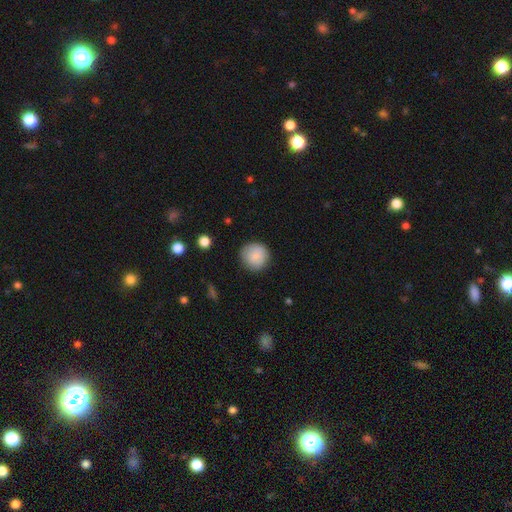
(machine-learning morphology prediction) smooth_or_featured: smooth (p=0.87) [alt: star or artifact p=0.07]
how_rounded: round (p=0.94) [alt: in between p=0.05]
merging: none (p=0.86) [alt: minor disturbance p=0.10]